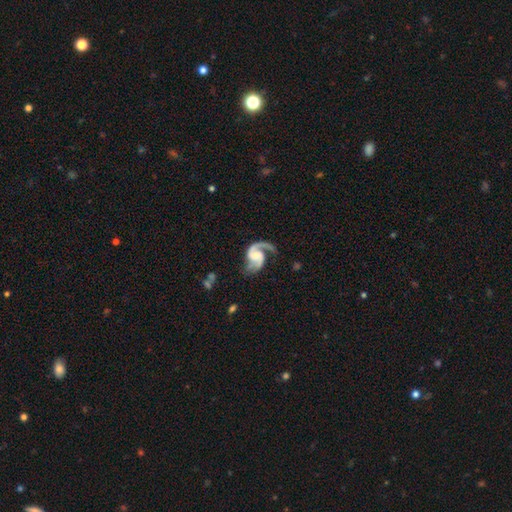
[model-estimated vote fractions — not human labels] Overall: featured or disk (91%). Edge-on disk: no (98%). Bar: no (47%; weak 39%). Spiral arms: yes (98%). Spiral arm count: 2 (88%). Spiral winding: medium (53%; loose 32%). Bulge size: none (37%; small 27%). Merging: none (63%).